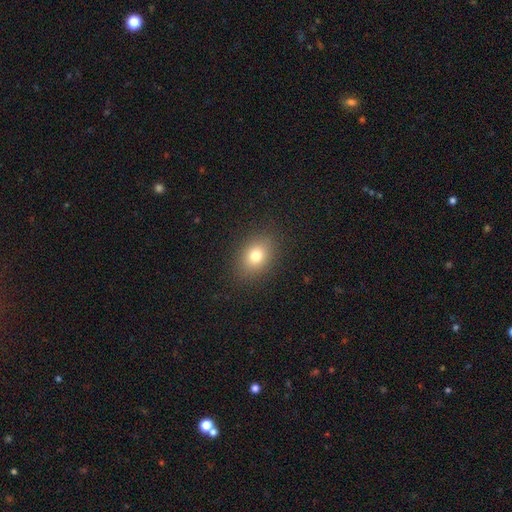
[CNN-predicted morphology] This appears to be a smooth galaxy with no disk features (78%) that is in between round and cigar-shaped (69%). Merging: none (88%).